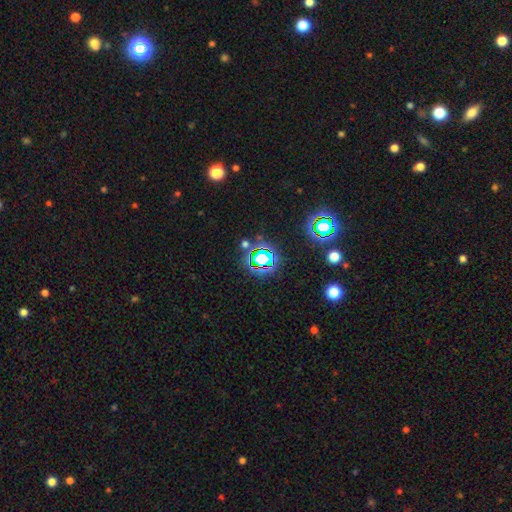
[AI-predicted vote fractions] star or artifact 68%, smooth 22%, featured or disk 10%.